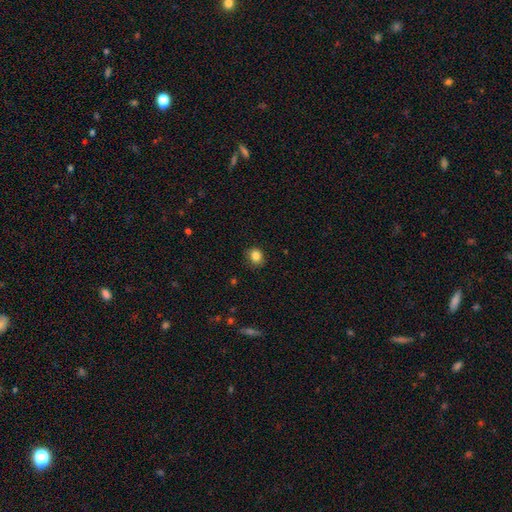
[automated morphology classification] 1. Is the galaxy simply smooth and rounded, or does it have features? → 85% smooth, 11% star or artifact, 5% featured or disk.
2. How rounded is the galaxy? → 72% round, 27% in between, 1% cigar-shaped.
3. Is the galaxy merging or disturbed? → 84% none, 12% minor disturbance, 3% major disturbance, 1% merger.